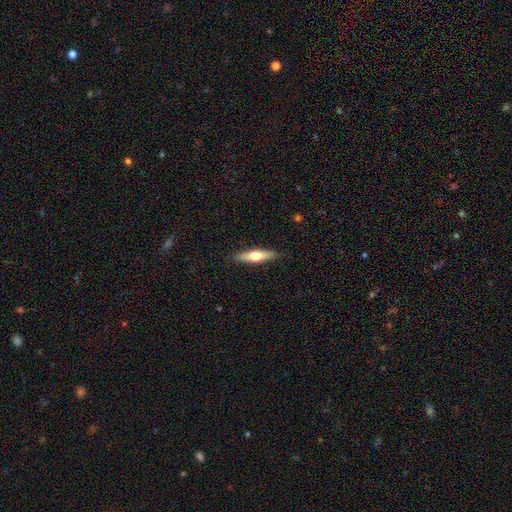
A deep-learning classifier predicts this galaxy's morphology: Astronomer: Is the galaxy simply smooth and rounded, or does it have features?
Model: smooth — 49% (runner-up: featured or disk, 45%).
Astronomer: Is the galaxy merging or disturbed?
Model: none — 89%.